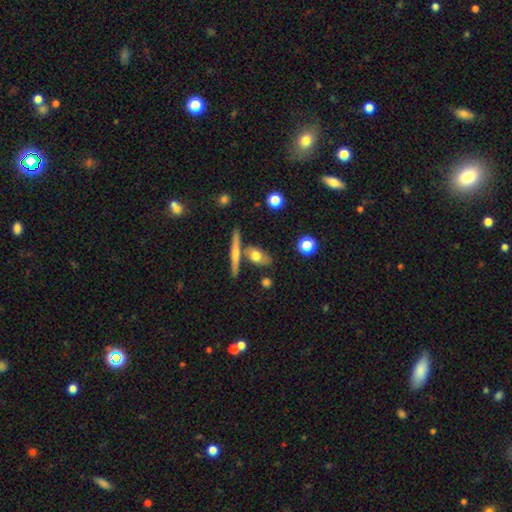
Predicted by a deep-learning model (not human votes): smooth 58%, featured or disk 34%, star or artifact 8%. Down the decision tree: how rounded — in between (55%); merging — none (62%).